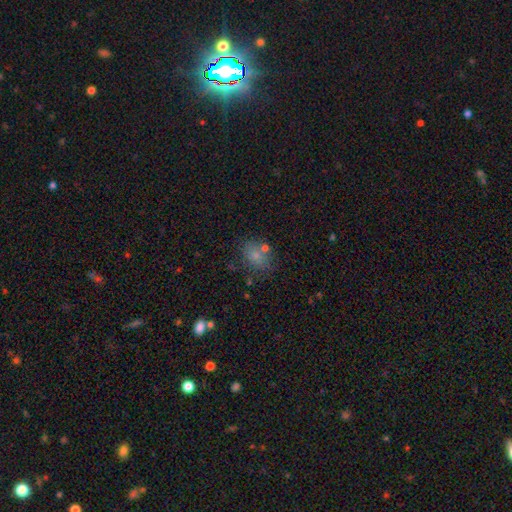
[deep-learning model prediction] Morphology: type=smooth (72%); roundness=in between (58%); merging=none (64%).